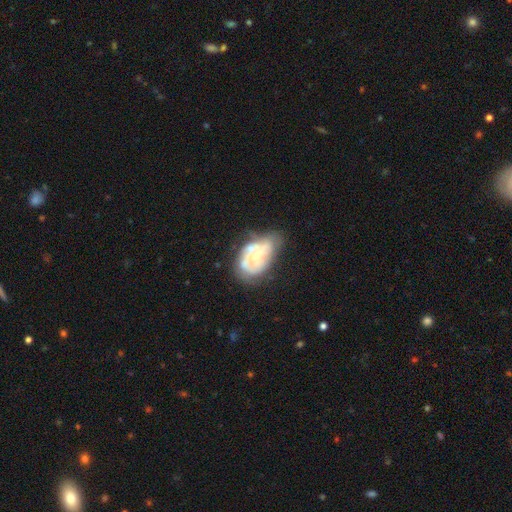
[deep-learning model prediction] featured or disk 63%, smooth 29%, star or artifact 8%. Down the decision tree: edge-on disk — no (97%); bar — no (69%); spiral arms — no (57%); bulge size — small (38%); merging — none (36%).